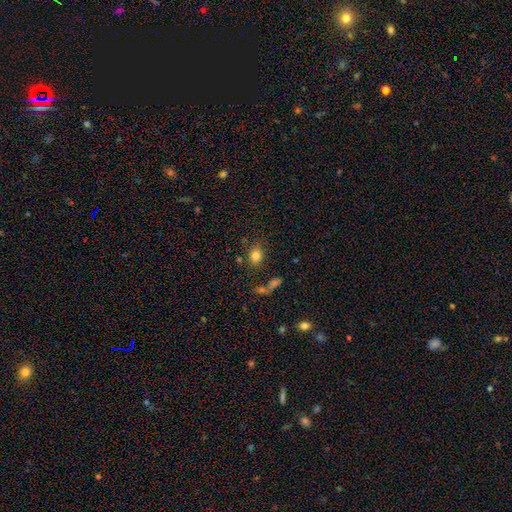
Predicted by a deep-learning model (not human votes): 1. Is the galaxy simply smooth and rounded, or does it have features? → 81% smooth, 11% star or artifact, 7% featured or disk.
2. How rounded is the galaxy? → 53% in between, 46% round, 1% cigar-shaped.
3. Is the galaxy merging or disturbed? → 75% none, 13% minor disturbance, 7% merger, 5% major disturbance.